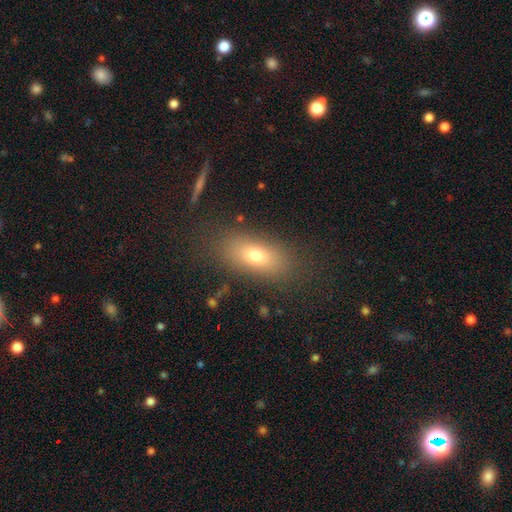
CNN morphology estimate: A smooth galaxy with no disk features (70%) that is in between round and cigar-shaped (79%).

Vote fractions:
- Smooth or featured? smooth: 70% / featured or disk: 17% / star or artifact: 13%
- How rounded? in between: 79% / cigar-shaped: 12% / round: 9%
- Merging? none: 80% / minor disturbance: 12% / major disturbance: 6% / merger: 2%